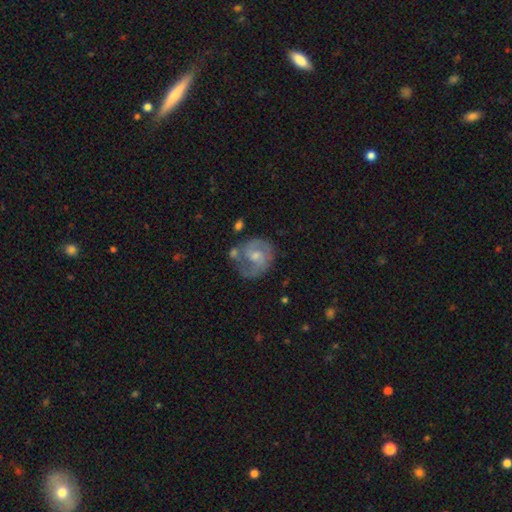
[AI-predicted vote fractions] featured or disk 77%, smooth 15%, star or artifact 7%. Down the decision tree: edge-on disk — no (98%); bar — no (49%); spiral arms — yes (92%); spiral arm count — 2 (76%); spiral winding — medium (49%); bulge size — moderate (50%); merging — none (62%).